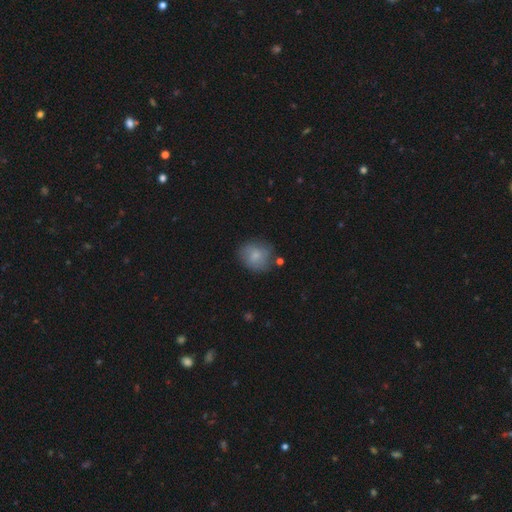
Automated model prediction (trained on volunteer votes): smooth-or-featured: smooth: 74% | featured or disk: 18% | star or artifact: 8%
  how-rounded: round: 75% | in between: 24% | cigar-shaped: 1%
  merging: none: 67% | minor disturbance: 21% | major disturbance: 7% | merger: 5%